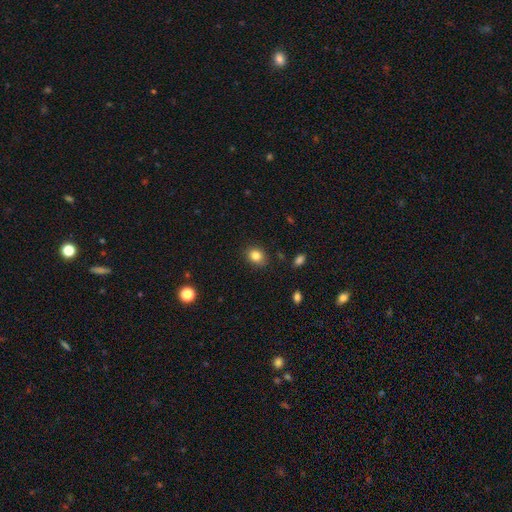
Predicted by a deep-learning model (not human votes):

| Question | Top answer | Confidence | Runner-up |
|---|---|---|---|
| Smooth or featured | smooth | 84% | star or artifact (10%) |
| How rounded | round | 57% | in between (42%) |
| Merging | none | 85% | minor disturbance (11%) |